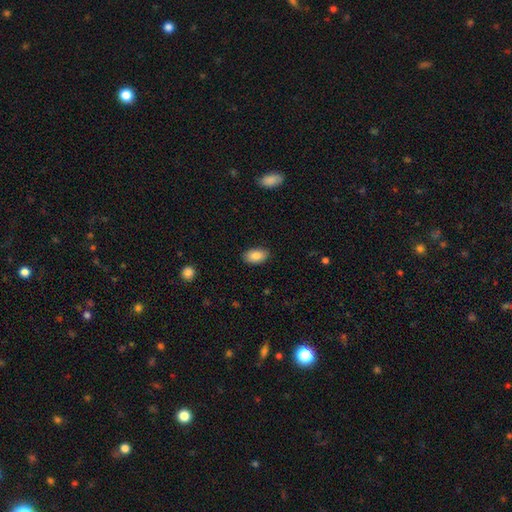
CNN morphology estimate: Overall: smooth (87%). How rounded: in between (92%). Merging: none (86%).